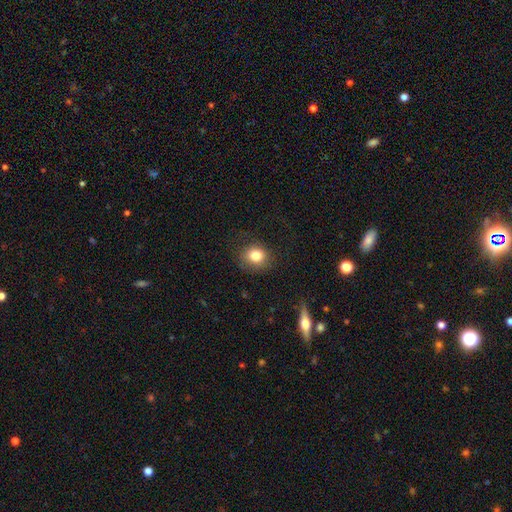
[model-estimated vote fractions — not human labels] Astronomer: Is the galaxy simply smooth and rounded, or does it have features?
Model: smooth — 81%.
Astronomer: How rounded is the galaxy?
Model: round — 76%.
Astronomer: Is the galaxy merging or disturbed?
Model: none — 81%.